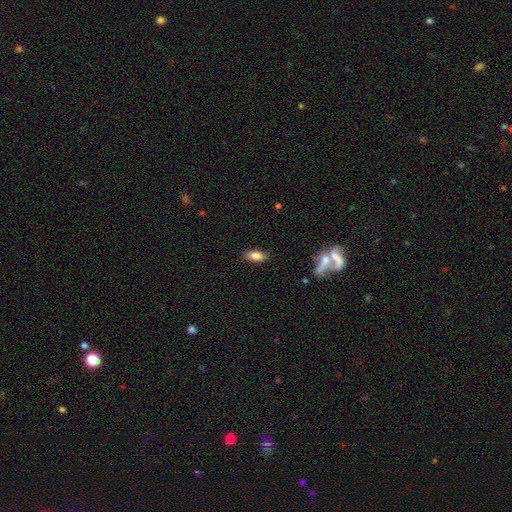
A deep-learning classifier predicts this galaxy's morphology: Overall: smooth (82%). How rounded: in between (86%). Merging: none (86%).